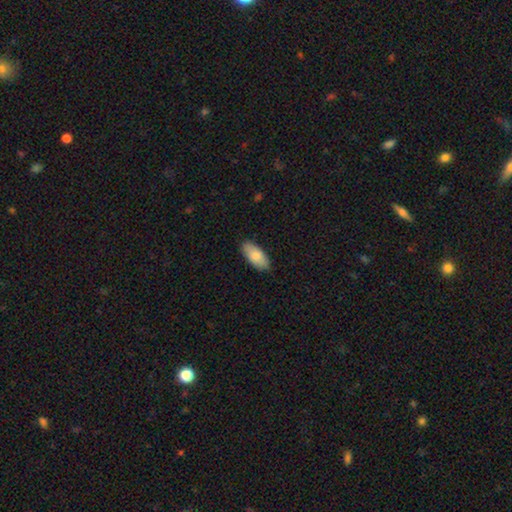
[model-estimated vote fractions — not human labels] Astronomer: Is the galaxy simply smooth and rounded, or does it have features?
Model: smooth — 84%.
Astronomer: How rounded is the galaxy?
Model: in between — 91%.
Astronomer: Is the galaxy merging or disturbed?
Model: none — 86%.